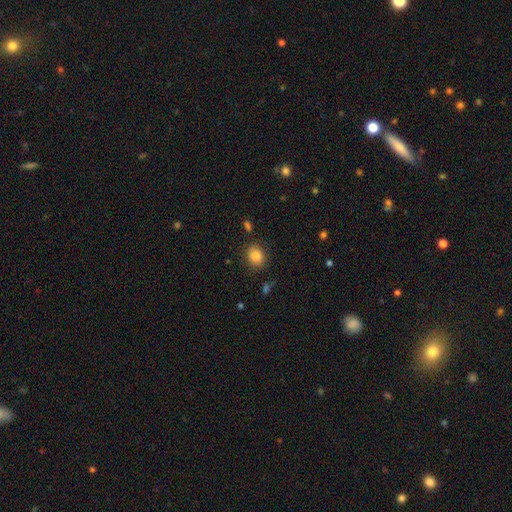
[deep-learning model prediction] A smooth galaxy with no disk features (84%) that is round (54%). Merging: none (84%).